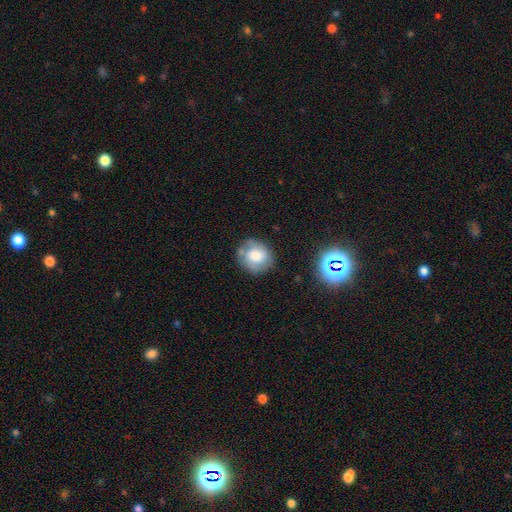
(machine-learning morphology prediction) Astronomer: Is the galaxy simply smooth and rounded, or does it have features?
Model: smooth — 62%.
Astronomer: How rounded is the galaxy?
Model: round — 75%.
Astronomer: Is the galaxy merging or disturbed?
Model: none — 69%.